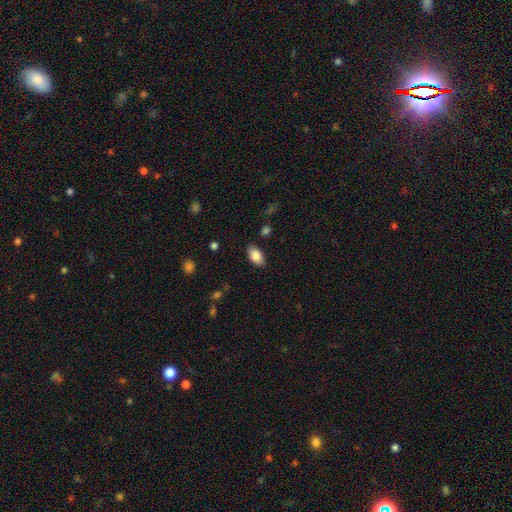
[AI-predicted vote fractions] smooth-or-featured: smooth: 87% | star or artifact: 7% | featured or disk: 7%
  how-rounded: in between: 94% | round: 4% | cigar-shaped: 2%
  merging: none: 86% | minor disturbance: 10% | major disturbance: 3% | merger: 1%